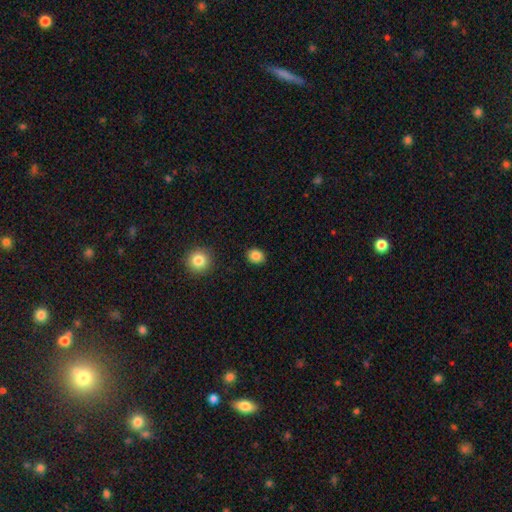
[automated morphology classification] Smooth or featured?
  - smooth: 86% *
  - star or artifact: 10%
  - featured or disk: 4%
How rounded?
  - round: 63% *
  - in between: 36%
  - cigar-shaped: 1%
Merging?
  - none: 89% *
  - minor disturbance: 7%
  - major disturbance: 2%
  - merger: 2%